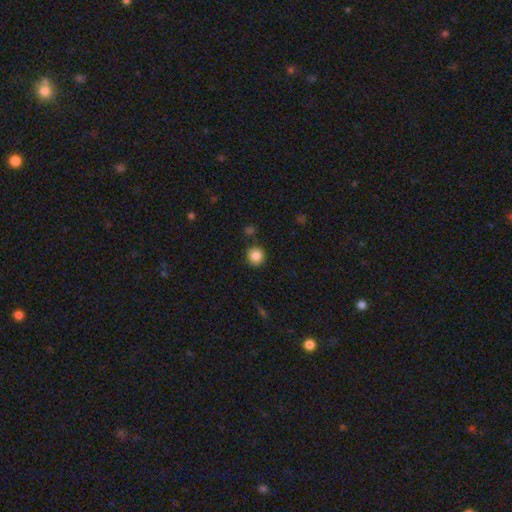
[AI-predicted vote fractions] This appears to be a smooth galaxy with no disk features (87%) that is round (93%). Merging: none (87%).